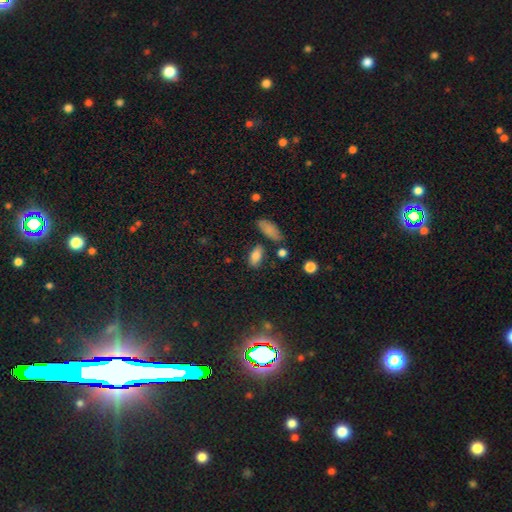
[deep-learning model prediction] This appears to be a smooth galaxy with no disk features (80%) that is in between round and cigar-shaped (87%). Merging: none (73%).